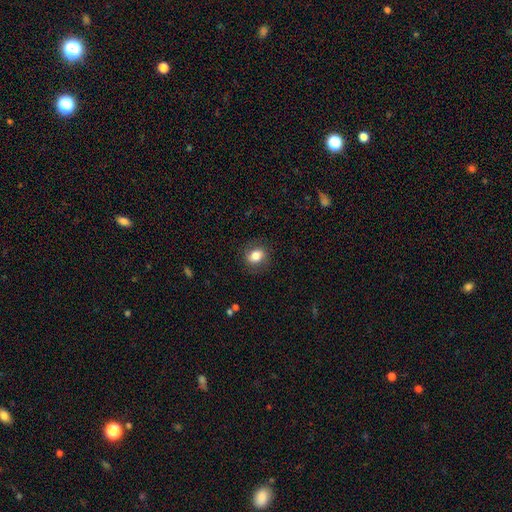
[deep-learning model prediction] A smooth galaxy with no disk features (79%) that is in between round and cigar-shaped (50%).

Vote fractions:
- Smooth or featured? smooth: 79% / featured or disk: 12% / star or artifact: 9%
- How rounded? in between: 50% / round: 49% / cigar-shaped: 1%
- Merging? none: 83% / minor disturbance: 12% / major disturbance: 4% / merger: 1%